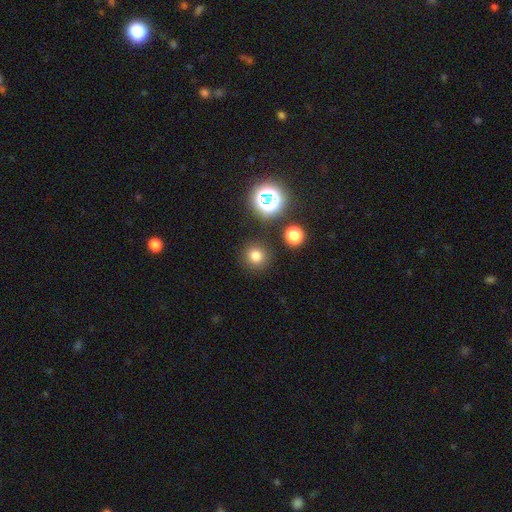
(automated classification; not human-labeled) smooth_or_featured: smooth (p=0.75) [alt: star or artifact p=0.19]
how_rounded: round (p=0.93) [alt: in between p=0.06]
merging: none (p=0.88) [alt: minor disturbance p=0.06]